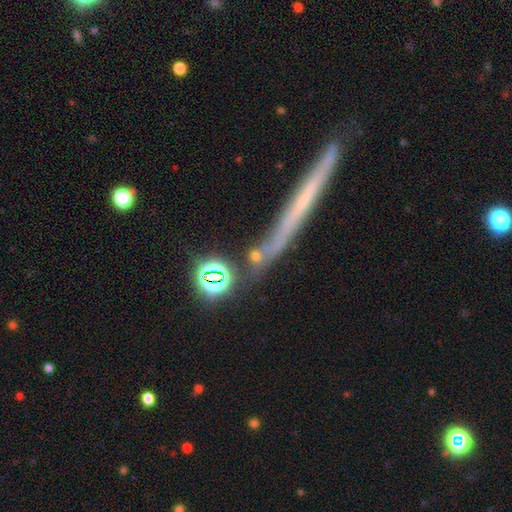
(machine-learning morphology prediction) smooth_or_featured: smooth (p=0.47) [alt: star or artifact p=0.34]
merging: none (p=0.58) [alt: merger p=0.19]